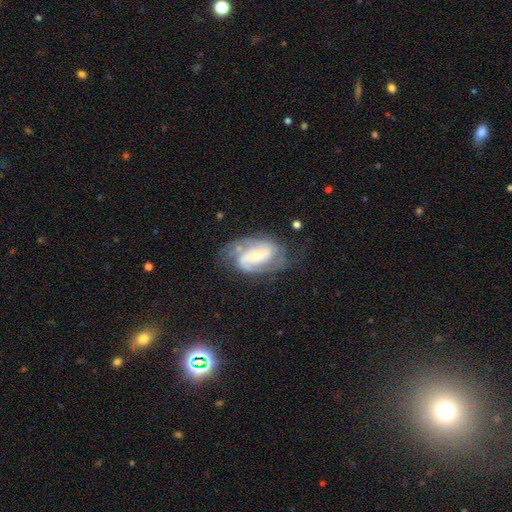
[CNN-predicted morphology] Smooth or featured?
  - featured or disk: 85% *
  - smooth: 9%
  - star or artifact: 6%
Edge-on disk?
  - no: 97% *
  - yes: 3%
Bar?
  - no: 42% *
  - weak: 40%
  - strong: 18%
Spiral arms?
  - yes: 96% *
  - no: 4%
Spiral winding?
  - medium: 44% *
  - tight: 41%
  - loose: 15%
Spiral arm count?
  - 2: 59% *
  - can't tell: 16%
  - 3: 15%
  - 1: 4%
  - 4: 4%
  - more than 4: 3%
Bulge size?
  - small: 62% *
  - moderate: 30%
  - large: 4%
  - none: 3%
  - dominant: 1%
Merging?
  - none: 61% *
  - minor disturbance: 22%
  - major disturbance: 14%
  - merger: 3%